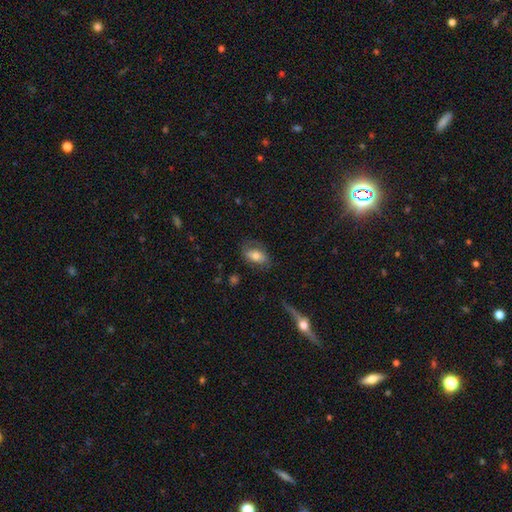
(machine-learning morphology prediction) This is likely a smooth galaxy (62%). How rounded: clearly in between (88%). Merging: likely none (65%).